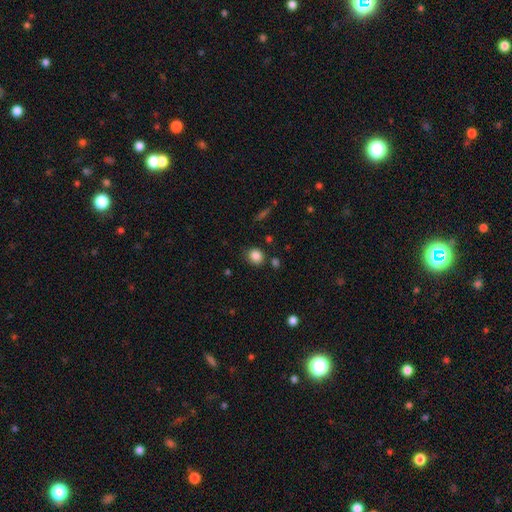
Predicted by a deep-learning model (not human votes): Overall: smooth (85%). How rounded: round (76%). Merging: none (81%).